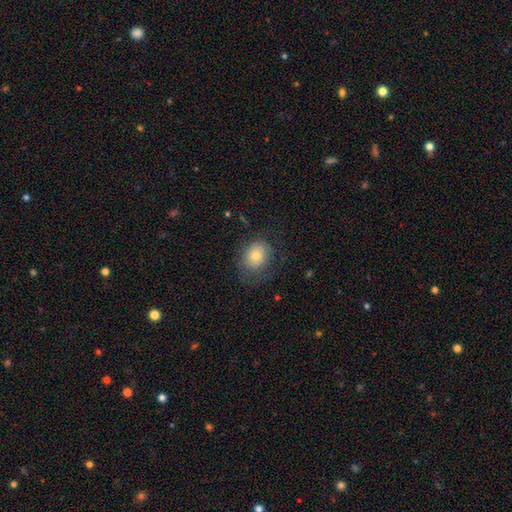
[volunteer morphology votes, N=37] Smooth or featured: smooth — 57% (featured or disk — 38%)
How rounded: in between — 57% (round — 43%)
Merging: none — 77% (minor disturbance — 14%)